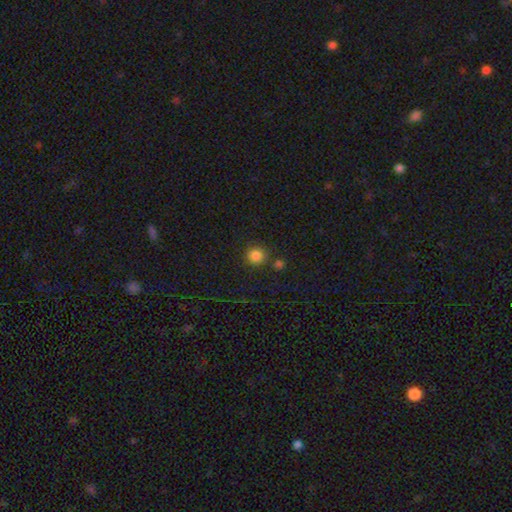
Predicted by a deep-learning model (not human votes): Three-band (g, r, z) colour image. It shows a smooth galaxy with no disk features (84%) that is round (91%). Merging: none (81%).